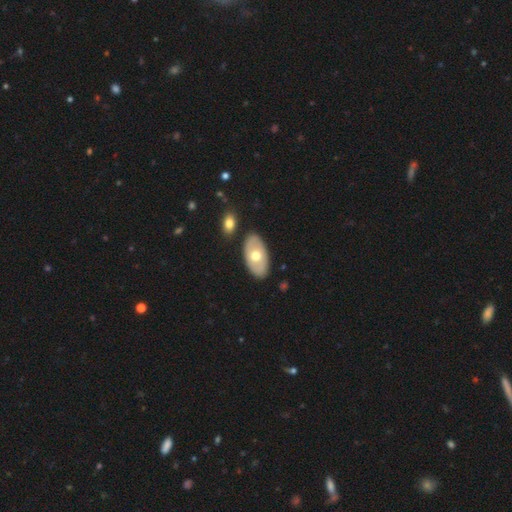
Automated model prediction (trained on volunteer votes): This appears to be a smooth galaxy with no disk features (52%) that is in between round and cigar-shaped (94%). Merging: none (84%).